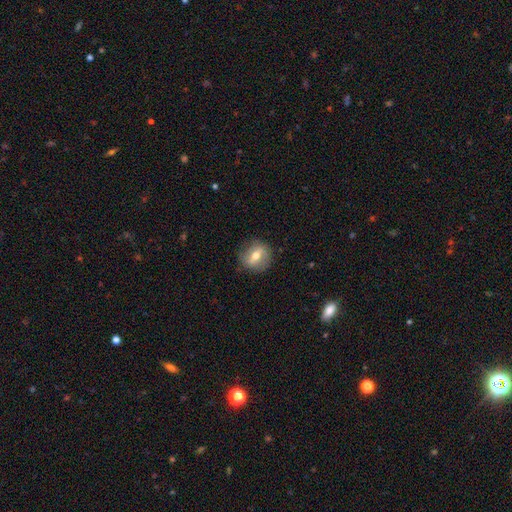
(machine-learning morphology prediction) The model was most divided on "smooth or featured": featured or disk: 52%, smooth: 39%, star or artifact: 9%. More confident: edge-on disk — no (87%); merging — none (83%).